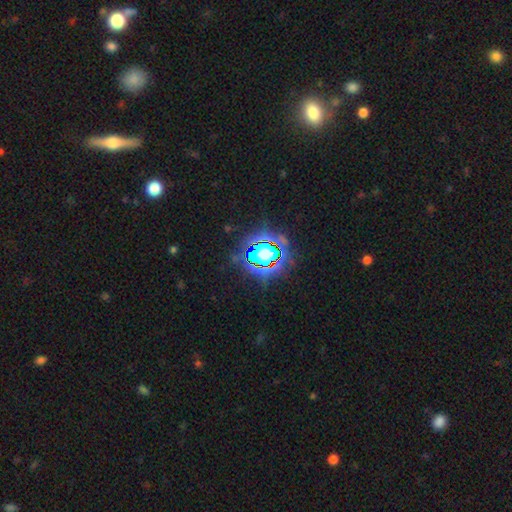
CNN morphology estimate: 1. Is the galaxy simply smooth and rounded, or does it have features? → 78% star or artifact, 12% smooth, 10% featured or disk.